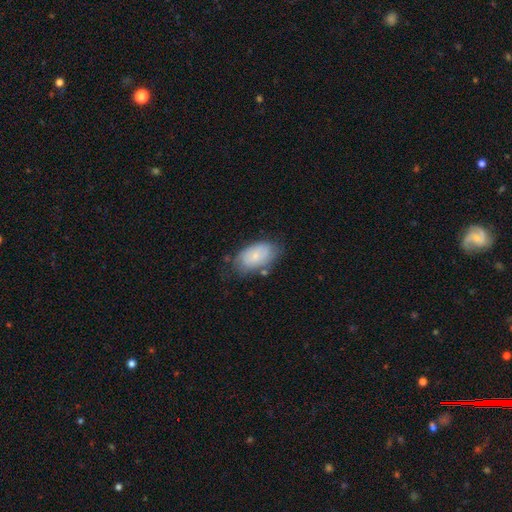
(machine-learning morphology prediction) This is likely a smooth galaxy (64%). How rounded: clearly in between (93%). Merging: likely none (60%).